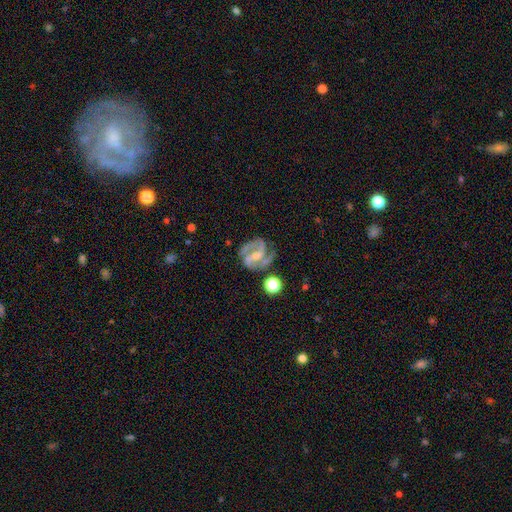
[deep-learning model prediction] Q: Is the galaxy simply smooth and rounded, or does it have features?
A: featured or disk — 89%.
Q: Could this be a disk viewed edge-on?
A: no — 98%.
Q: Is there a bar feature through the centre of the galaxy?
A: weak — 41%.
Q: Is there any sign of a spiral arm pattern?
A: yes — 98%.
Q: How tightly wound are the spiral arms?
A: medium — 56%.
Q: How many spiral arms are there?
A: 2 — 55%.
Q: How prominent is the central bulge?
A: small — 57%.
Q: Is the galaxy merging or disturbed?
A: none — 65%.